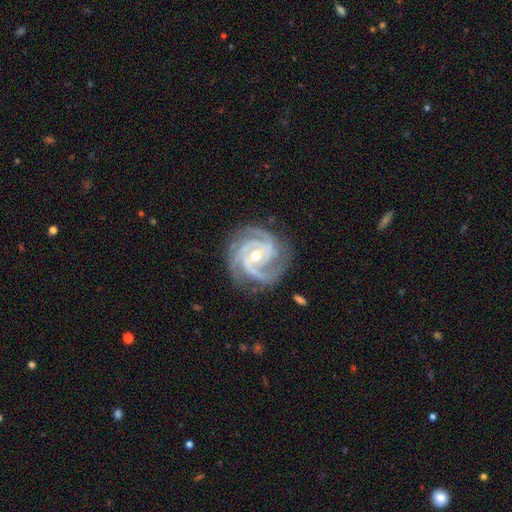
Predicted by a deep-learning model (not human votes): Smooth or featured?
  - featured or disk: 94% *
  - star or artifact: 4%
  - smooth: 3%
Edge-on disk?
  - no: 98% *
  - yes: 2%
Bar?
  - no: 41% *
  - weak: 38%
  - strong: 22%
Spiral arms?
  - yes: 99% *
  - no: 1%
Spiral winding?
  - tight: 65% *
  - medium: 32%
  - loose: 3%
Spiral arm count?
  - 3: 60% *
  - 4: 17%
  - 2: 10%
  - can't tell: 5%
  - more than 4: 4%
  - 1: 4%
Bulge size?
  - moderate: 52% *
  - small: 46%
  - large: 1%
  - none: 1%
  - dominant: 1%
Merging?
  - none: 78% *
  - minor disturbance: 16%
  - major disturbance: 5%
  - merger: 1%